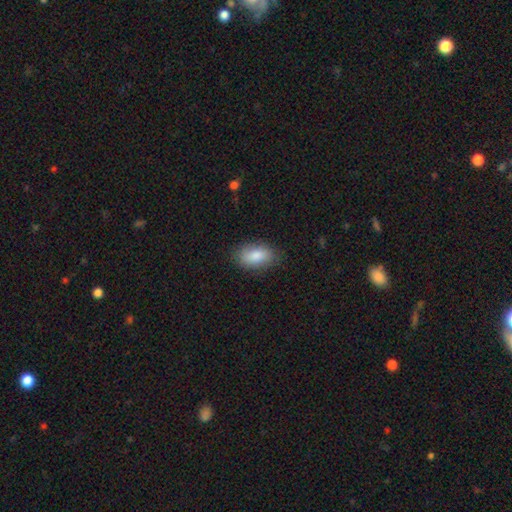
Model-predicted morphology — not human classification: Smooth or featured? Predicted: smooth (p=0.86). How rounded? Predicted: in between (p=0.92). Merging? Predicted: none (p=0.83).